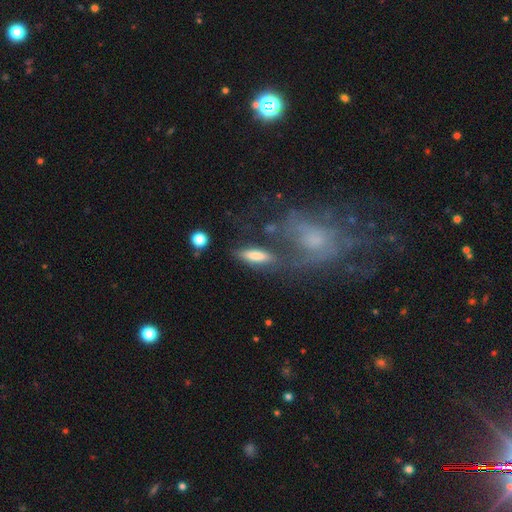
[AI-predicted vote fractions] smooth_or_featured: smooth (p=0.68) [alt: featured or disk p=0.24]
how_rounded: cigar-shaped (p=0.51) [alt: in between p=0.45]
merging: none (p=0.65) [alt: minor disturbance p=0.16]